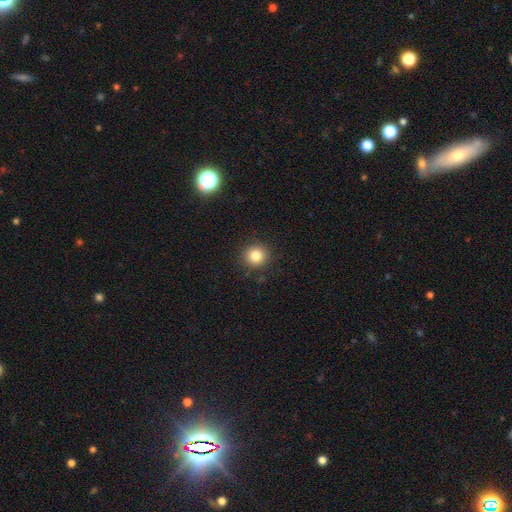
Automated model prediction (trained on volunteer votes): This is clearly a smooth galaxy (83%). How rounded: clearly round (92%). Merging: clearly none (90%).